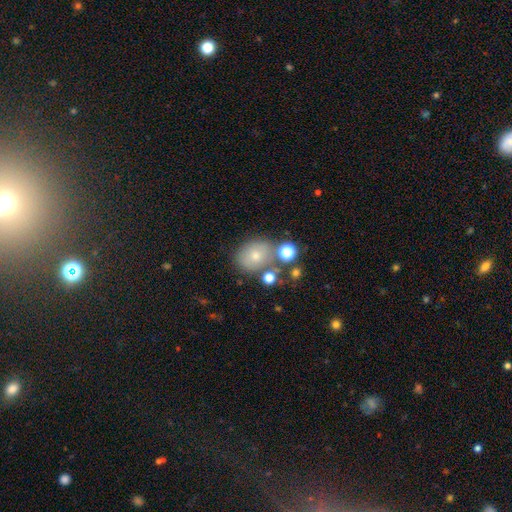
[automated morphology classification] Q: Smooth or featured?
A: smooth (68%); runner-up: featured or disk (18%)
Q: How rounded?
A: round (61%); runner-up: in between (38%)
Q: Merging?
A: none (62%); runner-up: minor disturbance (16%)